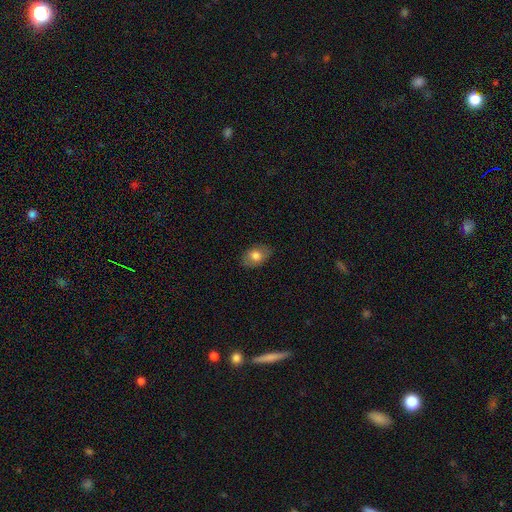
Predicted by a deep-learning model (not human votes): Smooth or featured? Predicted: smooth (p=0.76). How rounded? Predicted: in between (p=0.83). Merging? Predicted: none (p=0.81).